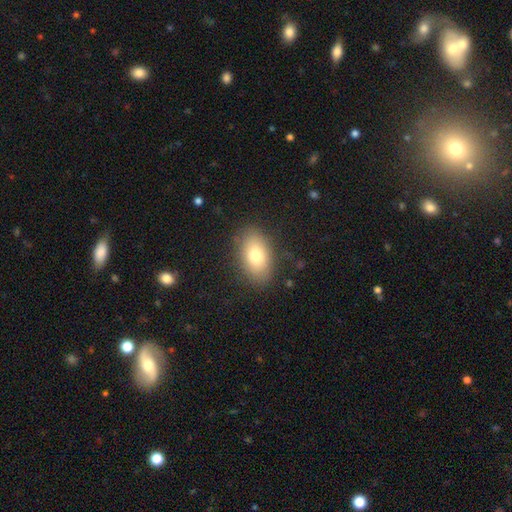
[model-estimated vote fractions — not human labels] Smooth or featured: smooth — 76% (featured or disk — 15%)
How rounded: in between — 90% (round — 8%)
Merging: none — 84% (minor disturbance — 11%)